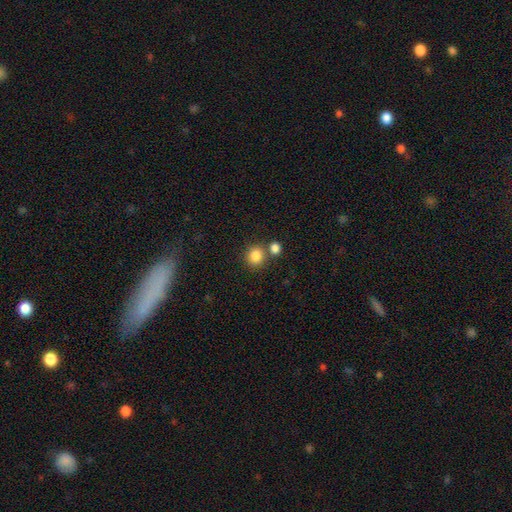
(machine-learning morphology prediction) This is clearly a smooth galaxy (84%). How rounded: clearly round (86%). Merging: likely none (68%).